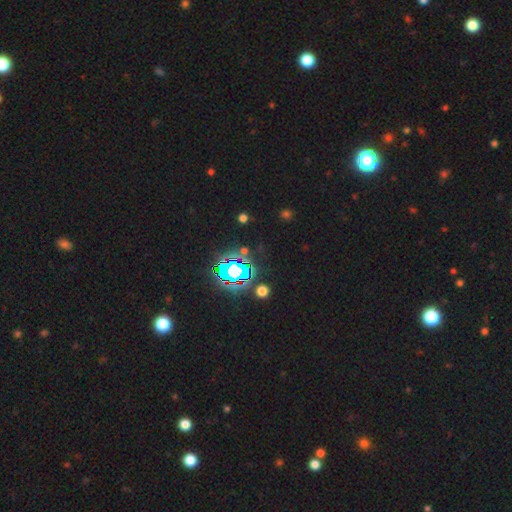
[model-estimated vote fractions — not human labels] Smooth or featured? Predicted: star or artifact (p=0.81).